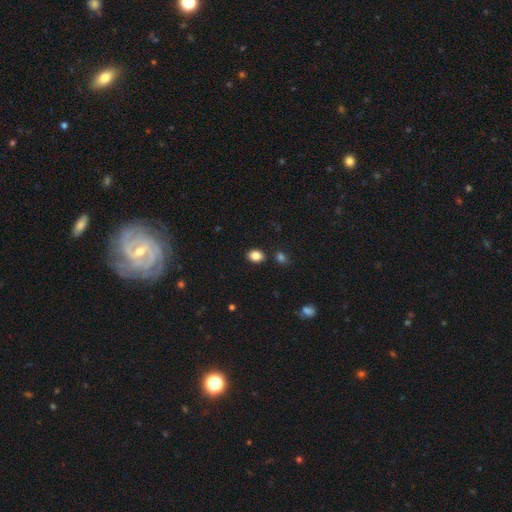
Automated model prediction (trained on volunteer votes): A smooth galaxy with no disk features (85%) that is in between round and cigar-shaped (61%).

Vote fractions:
- Smooth or featured? smooth: 85% / star or artifact: 10% / featured or disk: 5%
- How rounded? in between: 61% / round: 38% / cigar-shaped: 1%
- Merging? none: 83% / minor disturbance: 9% / merger: 5% / major disturbance: 3%